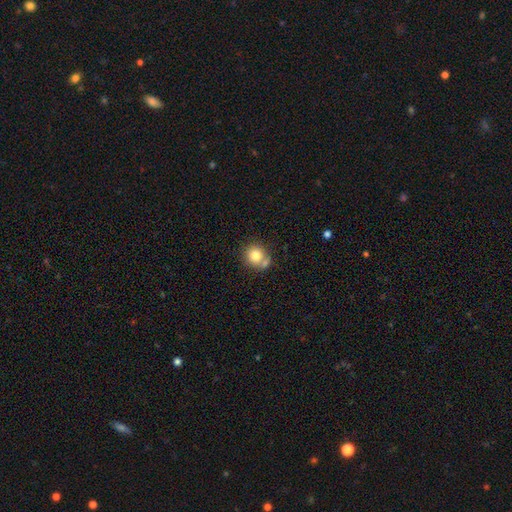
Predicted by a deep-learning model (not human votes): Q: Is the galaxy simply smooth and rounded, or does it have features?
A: smooth — 79%.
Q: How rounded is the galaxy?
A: round — 86%.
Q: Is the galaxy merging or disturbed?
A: none — 57%.